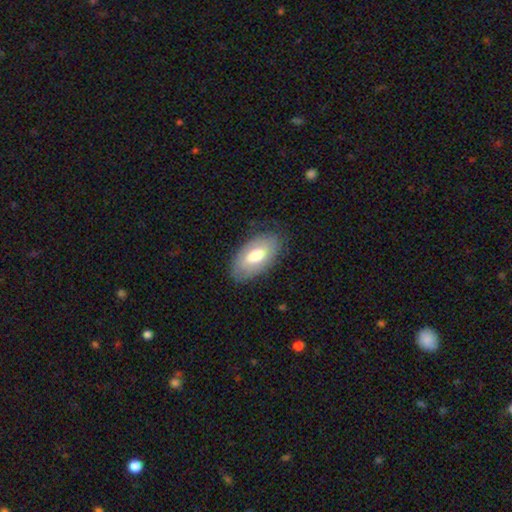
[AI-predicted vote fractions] smooth-or-featured: smooth: 63% | featured or disk: 31% | star or artifact: 6%
  how-rounded: in between: 94% | cigar-shaped: 3% | round: 3%
  merging: none: 79% | minor disturbance: 16% | major disturbance: 4% | merger: 1%